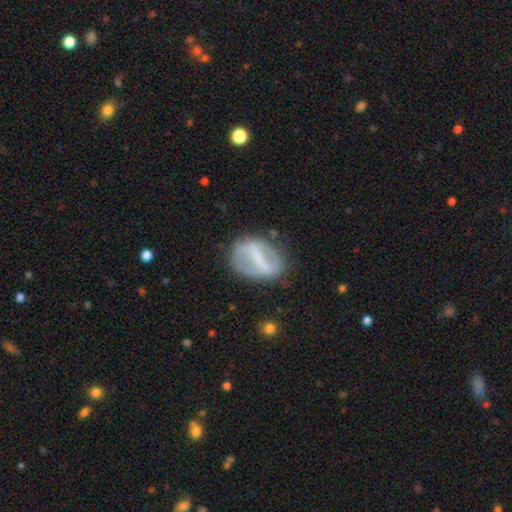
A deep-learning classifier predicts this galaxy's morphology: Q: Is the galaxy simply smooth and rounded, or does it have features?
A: featured or disk — 61%.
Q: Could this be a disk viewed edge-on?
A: no — 90%.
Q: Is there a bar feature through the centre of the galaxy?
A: strong — 73%.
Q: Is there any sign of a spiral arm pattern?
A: no — 72%.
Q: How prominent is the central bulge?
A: none — 47%.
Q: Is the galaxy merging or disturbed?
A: none — 69%.